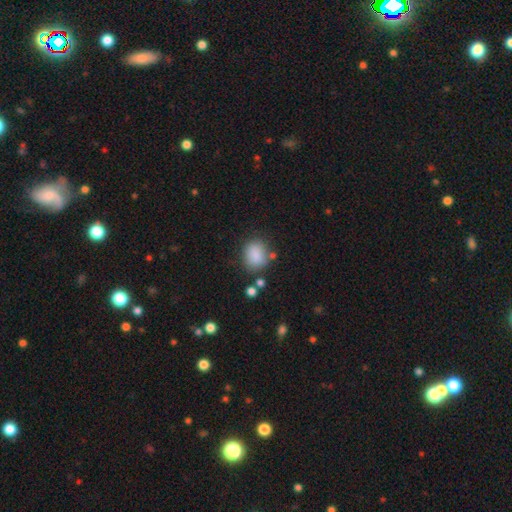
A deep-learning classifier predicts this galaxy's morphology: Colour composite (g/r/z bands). It shows a smooth galaxy with no disk features (85%) that is in between round and cigar-shaped (51%). Merging: none (71%).